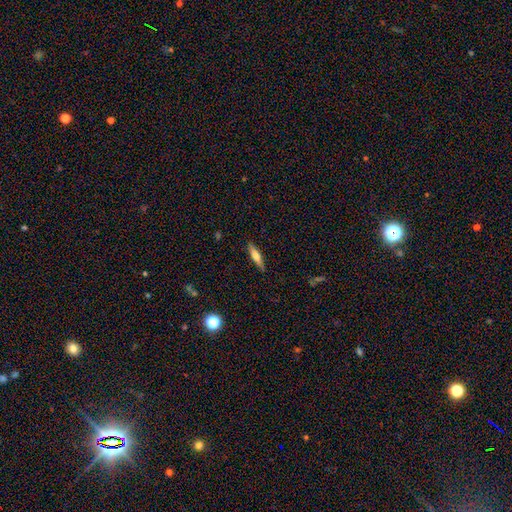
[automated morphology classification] A smooth galaxy with no disk features (59%) that is cigar-shaped (77%).

Vote fractions:
- Smooth or featured? smooth: 59% / featured or disk: 34% / star or artifact: 7%
- How rounded? cigar-shaped: 77% / in between: 21% / round: 2%
- Merging? none: 87% / minor disturbance: 10% / major disturbance: 2% / merger: 1%